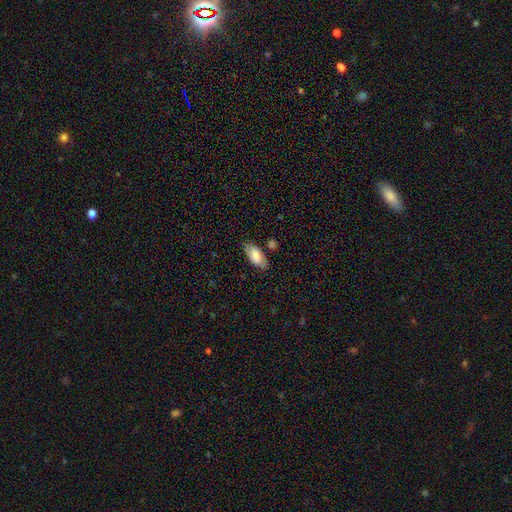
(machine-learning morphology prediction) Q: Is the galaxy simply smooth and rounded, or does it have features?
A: smooth — 79%.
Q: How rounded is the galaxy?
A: in between — 89%.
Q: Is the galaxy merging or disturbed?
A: none — 78%.